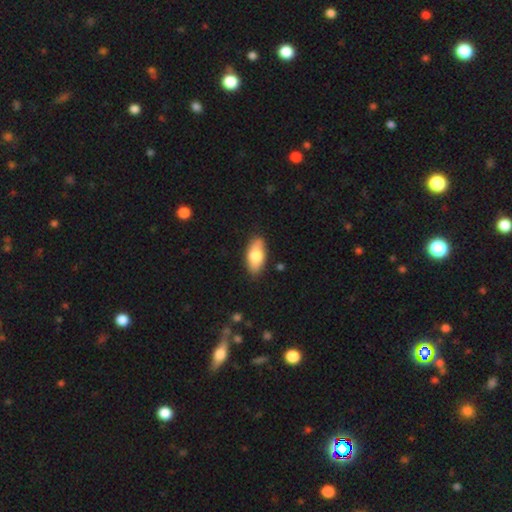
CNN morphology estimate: Q: Smooth or featured?
A: smooth (75%); runner-up: featured or disk (19%)
Q: How rounded?
A: in between (90%); runner-up: cigar-shaped (7%)
Q: Merging?
A: none (83%); runner-up: minor disturbance (13%)